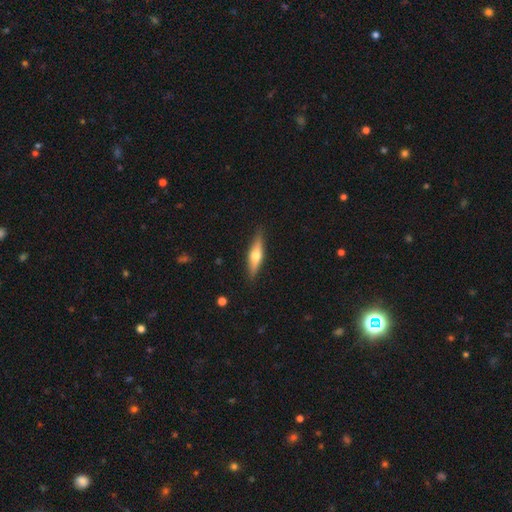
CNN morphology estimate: smooth_or_featured: featured or disk (p=0.49) [alt: smooth p=0.45]
merging: none (p=0.88) [alt: minor disturbance p=0.09]